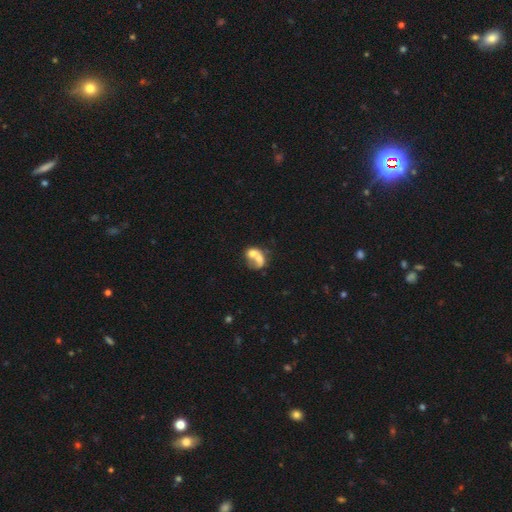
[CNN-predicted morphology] This is possibly a smooth galaxy (53%). How rounded: possibly in between (55%). Merging: likely merger (70%).